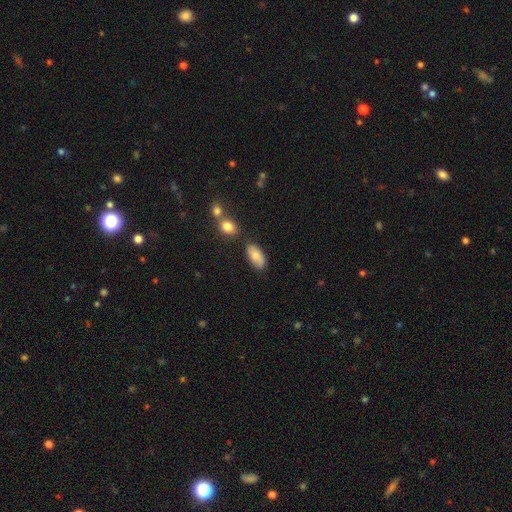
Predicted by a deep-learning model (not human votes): The model was most divided on "merging": none: 73%, minor disturbance: 16%, merger: 7%, major disturbance: 4%. More confident: how rounded — in between (92%); smooth or featured — smooth (76%).